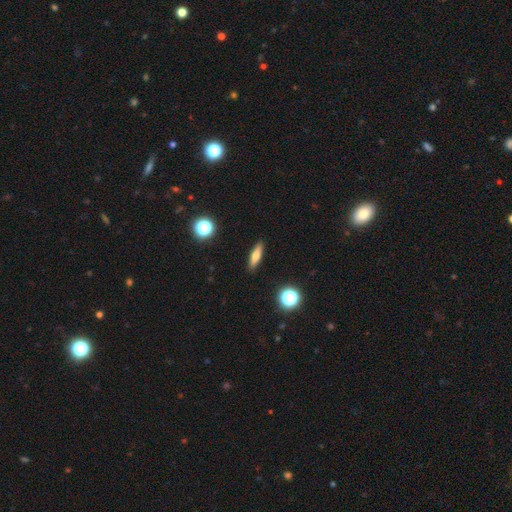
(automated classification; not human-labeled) This is likely a smooth galaxy (60%). How rounded: likely cigar-shaped (68%). Merging: clearly none (90%).